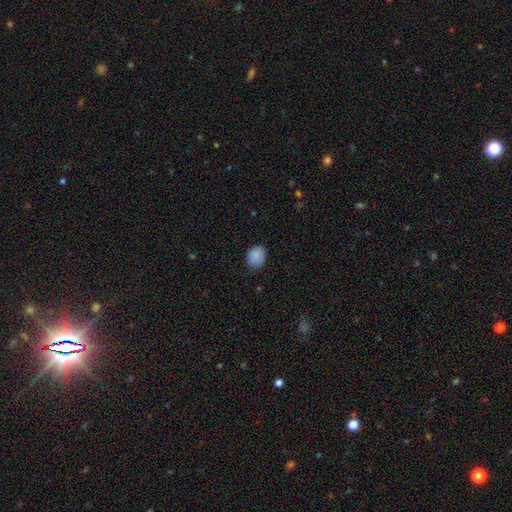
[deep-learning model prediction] smooth 87%, star or artifact 8%, featured or disk 5%. Down the decision tree: how rounded — in between (54%); merging — none (75%).